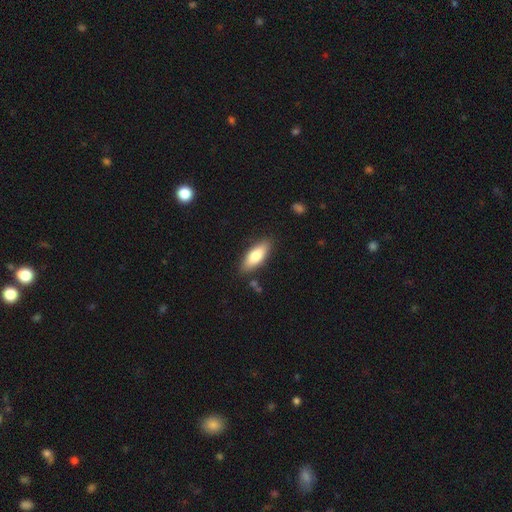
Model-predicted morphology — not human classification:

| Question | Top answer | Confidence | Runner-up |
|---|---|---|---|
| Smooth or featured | smooth | 78% | featured or disk (16%) |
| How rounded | in between | 71% | cigar-shaped (27%) |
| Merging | none | 85% | minor disturbance (11%) |